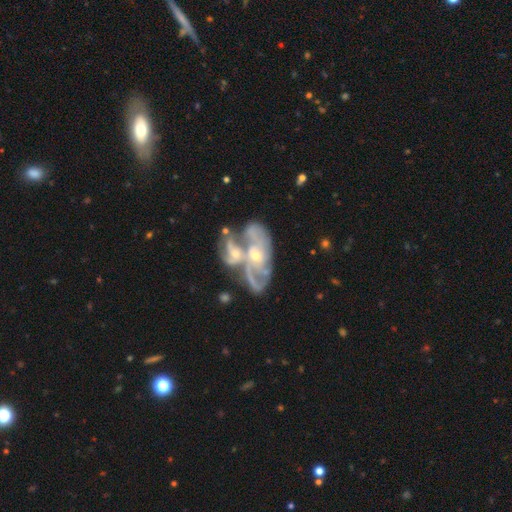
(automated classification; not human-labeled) Smooth or featured?
  - featured or disk: 82% *
  - smooth: 11%
  - star or artifact: 7%
Edge-on disk?
  - no: 96% *
  - yes: 4%
Bar?
  - no: 69% *
  - weak: 24%
  - strong: 8%
Spiral arms?
  - yes: 87% *
  - no: 13%
Spiral winding?
  - medium: 45% *
  - tight: 32%
  - loose: 24%
Spiral arm count?
  - 2: 35% *
  - can't tell: 27%
  - 3: 21%
  - 4: 6%
  - 1: 6%
  - more than 4: 4%
Bulge size?
  - small: 54% *
  - moderate: 40%
  - none: 3%
  - large: 2%
  - dominant: 1%
Merging?
  - merger: 69% *
  - none: 14%
  - major disturbance: 10%
  - minor disturbance: 7%